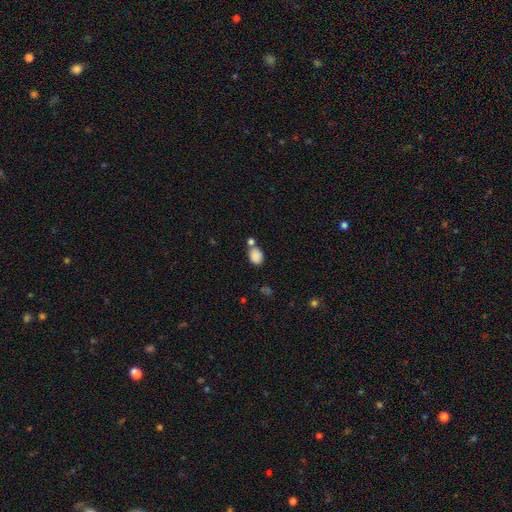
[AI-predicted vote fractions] Smooth or featured: smooth — 86% (star or artifact — 9%)
How rounded: in between — 54% (round — 45%)
Merging: none — 55% (merger — 28%)